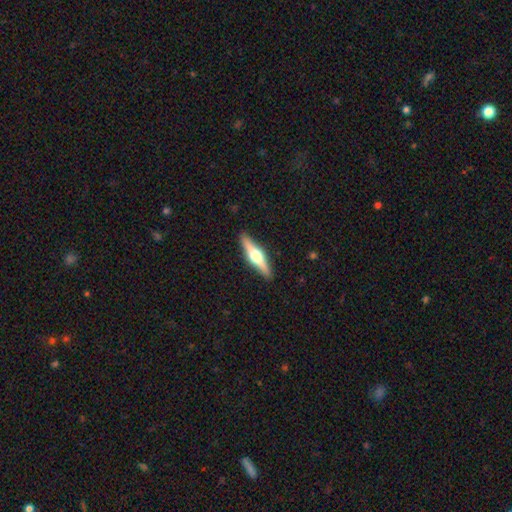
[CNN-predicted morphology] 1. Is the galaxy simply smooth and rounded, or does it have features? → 64% featured or disk, 31% smooth, 5% star or artifact.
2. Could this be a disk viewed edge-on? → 97% yes, 3% no.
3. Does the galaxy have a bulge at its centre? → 95% rounded, 3% boxy, 2% none.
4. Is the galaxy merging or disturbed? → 91% none, 7% minor disturbance, 1% major disturbance, 1% merger.